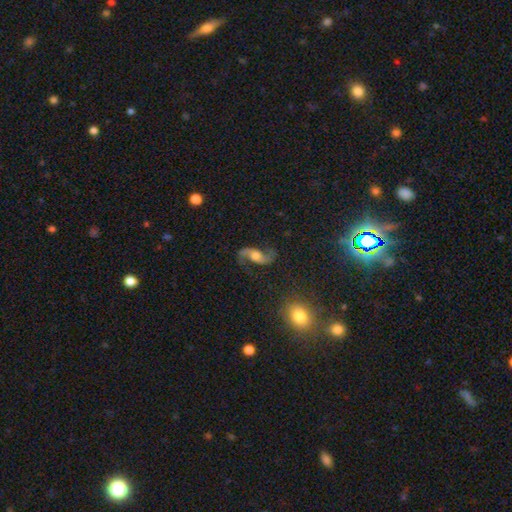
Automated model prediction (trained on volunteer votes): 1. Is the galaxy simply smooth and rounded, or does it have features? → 85% featured or disk, 8% smooth, 7% star or artifact.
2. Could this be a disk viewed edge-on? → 96% no, 4% yes.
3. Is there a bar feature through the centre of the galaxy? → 53% no, 34% weak, 13% strong.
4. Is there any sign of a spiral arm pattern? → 96% yes, 4% no.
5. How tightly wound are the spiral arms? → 76% loose, 20% medium, 4% tight.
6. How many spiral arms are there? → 94% 2, 2% 1, 2% can't tell, 1% 3, 1% 4, 1% more than 4.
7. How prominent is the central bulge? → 51% moderate, 20% large, 19% small, 7% none, 2% dominant.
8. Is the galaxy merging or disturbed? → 75% none, 14% minor disturbance, 9% major disturbance, 2% merger.